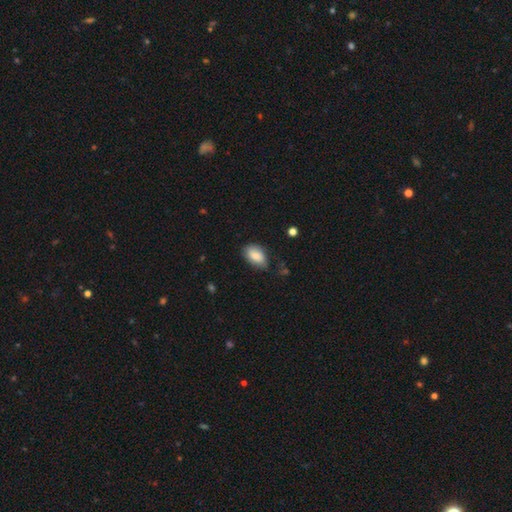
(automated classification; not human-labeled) smooth_or_featured: smooth (p=0.84) [alt: featured or disk p=0.09]
how_rounded: in between (p=0.92) [alt: round p=0.07]
merging: none (p=0.69) [alt: minor disturbance p=0.25]